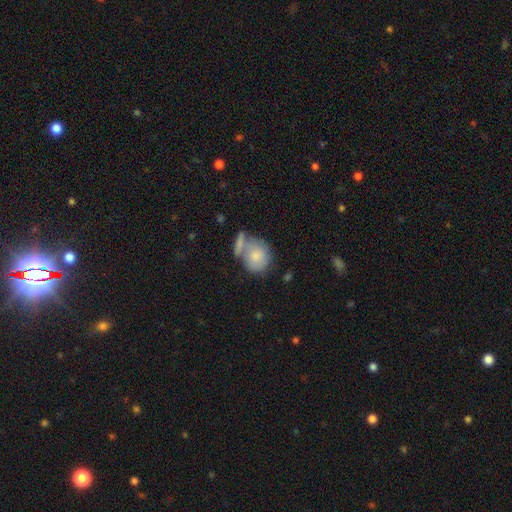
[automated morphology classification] This is likely a smooth galaxy (74%). How rounded: likely round (64%). Merging: marginally none (38%, tied with merger).